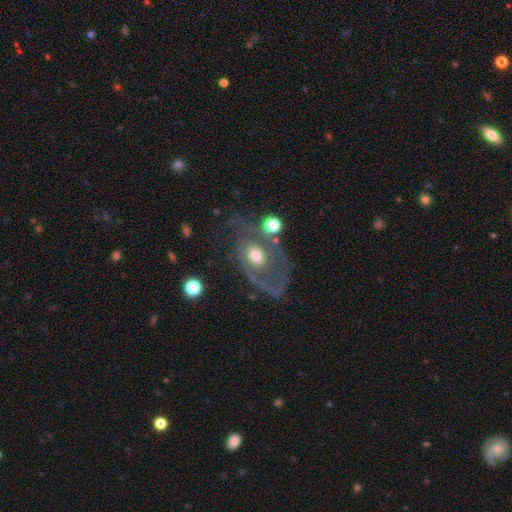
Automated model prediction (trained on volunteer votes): The model was most divided on "merging": none: 43%, major disturbance: 30%, minor disturbance: 19%, merger: 8%. More confident: edge-on disk — no (95%); bar — no (80%); smooth or featured — featured or disk (71%); spiral arms — yes (66%); bulge size — moderate (65%).